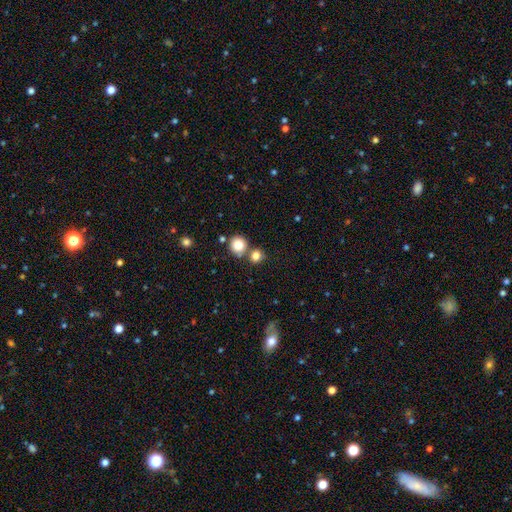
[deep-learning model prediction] A smooth galaxy with no disk features (81%) that is round (83%). Merging: none (63%).